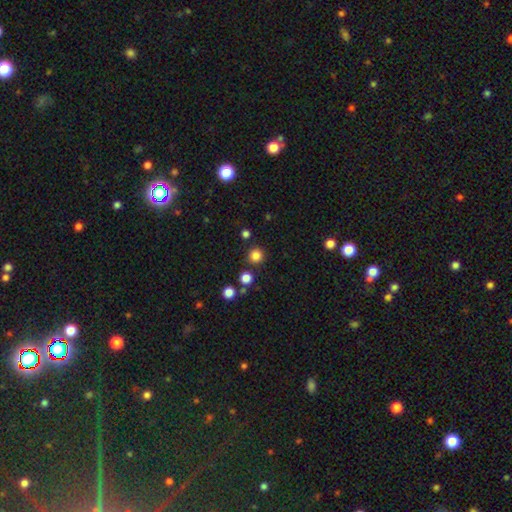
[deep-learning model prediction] smooth-or-featured: smooth: 82% | star or artifact: 14% | featured or disk: 4%
  how-rounded: round: 95% | in between: 4% | cigar-shaped: 1%
  merging: none: 87% | minor disturbance: 6% | merger: 5% | major disturbance: 2%